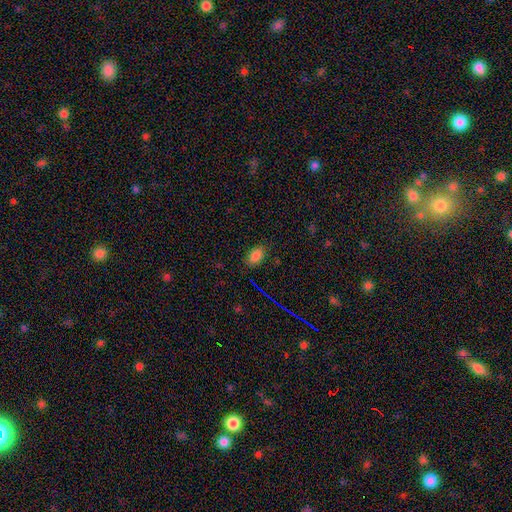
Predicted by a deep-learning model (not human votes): A smooth galaxy with no disk features (79%) that is in between round and cigar-shaped (88%).

Vote fractions:
- Smooth or featured? smooth: 79% / star or artifact: 14% / featured or disk: 7%
- How rounded? in between: 88% / round: 9% / cigar-shaped: 2%
- Merging? none: 82% / minor disturbance: 14% / major disturbance: 3% / merger: 1%